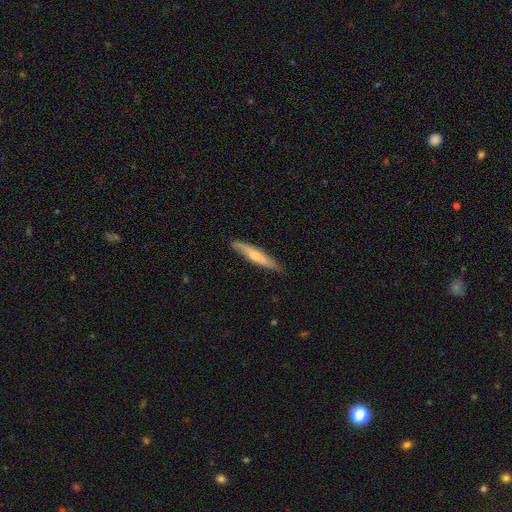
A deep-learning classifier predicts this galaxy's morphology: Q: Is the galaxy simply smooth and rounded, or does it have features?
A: smooth — 53%.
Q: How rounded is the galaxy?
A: cigar-shaped — 91%.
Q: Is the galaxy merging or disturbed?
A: none — 83%.